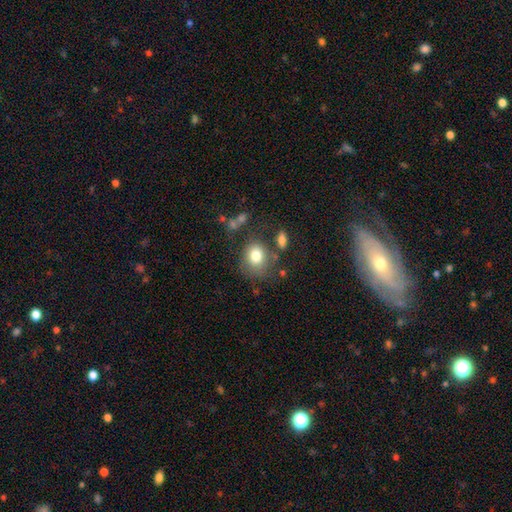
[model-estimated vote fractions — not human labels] Morphology: type=smooth (79%); roundness=round (60%); merging=none (63%).